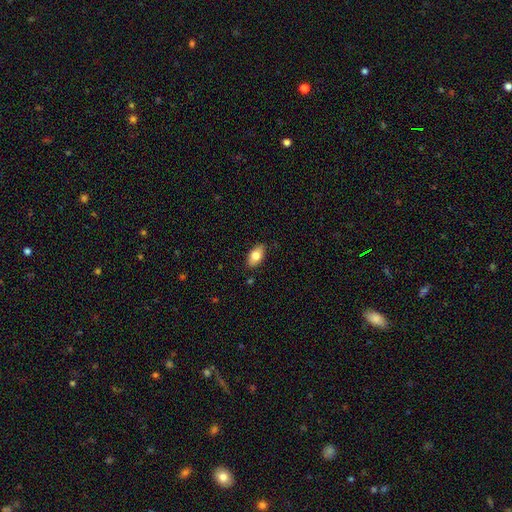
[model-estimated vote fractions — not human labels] This appears to be a smooth galaxy with no disk features (77%) that is in between round and cigar-shaped (91%). Merging: none (87%).